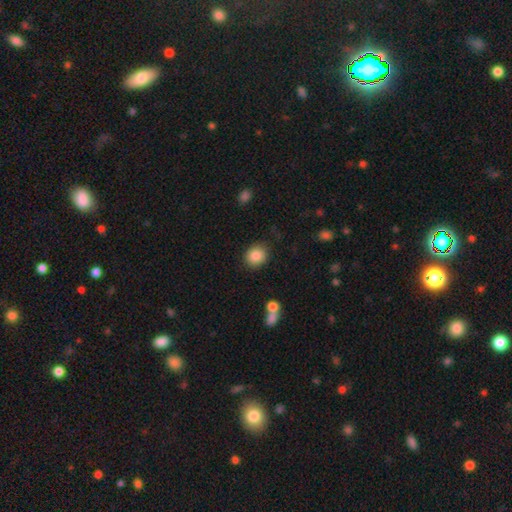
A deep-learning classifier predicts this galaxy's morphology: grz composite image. It shows a smooth galaxy with no disk features (86%) that is round (74%). Merging: none (84%).